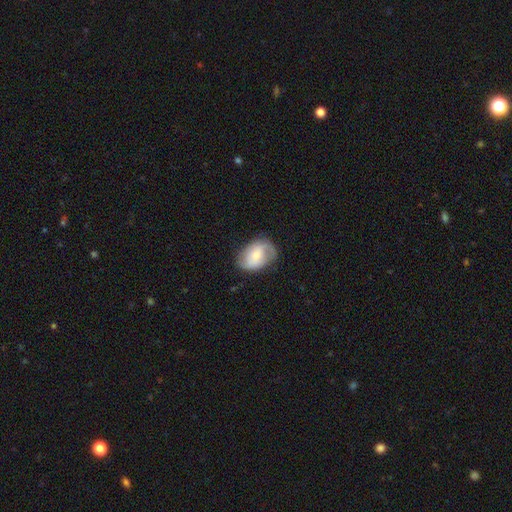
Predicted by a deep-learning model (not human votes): This is possibly a featured or disk galaxy (56%). It is clearly not viewed edge-on (96%). Bar: possibly no (56%). Spiral arm pattern: clearly yes (82%). Central bulge: possibly small (48%). Merging: likely none (69%).